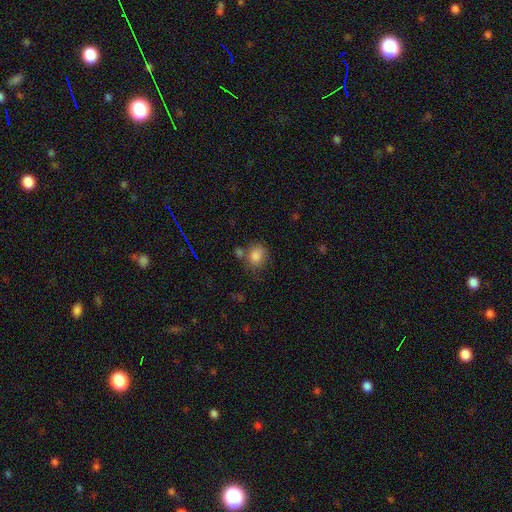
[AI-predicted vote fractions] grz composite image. It shows a smooth galaxy with no disk features (83%) that is round (54%). Merging: none (59%).